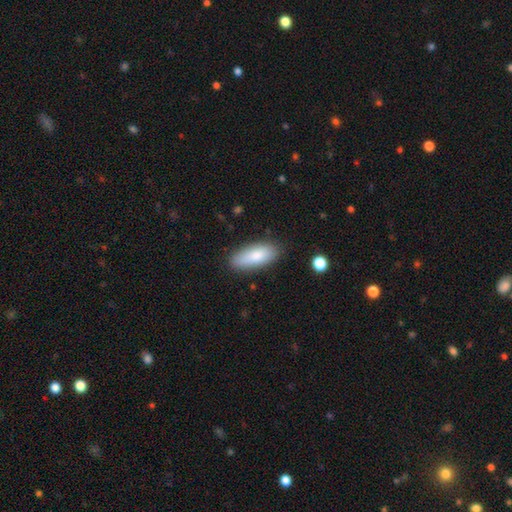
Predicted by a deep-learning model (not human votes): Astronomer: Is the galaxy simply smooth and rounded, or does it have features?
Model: smooth — 82%.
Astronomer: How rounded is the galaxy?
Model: in between — 78%.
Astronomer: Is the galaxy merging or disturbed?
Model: none — 84%.